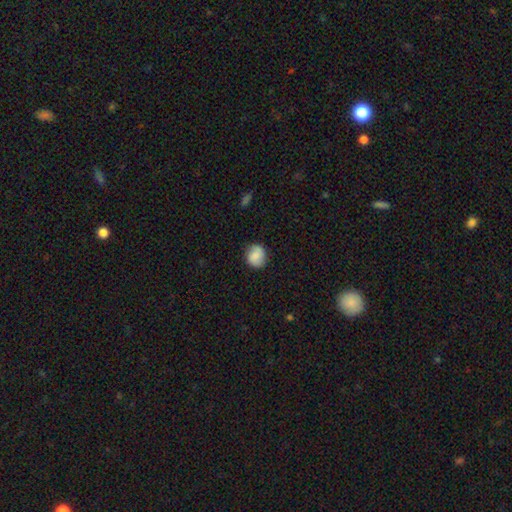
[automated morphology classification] The model was most divided on "smooth or featured": smooth: 76%, featured or disk: 17%, star or artifact: 8%. More confident: merging — none (84%); how rounded — round (82%).